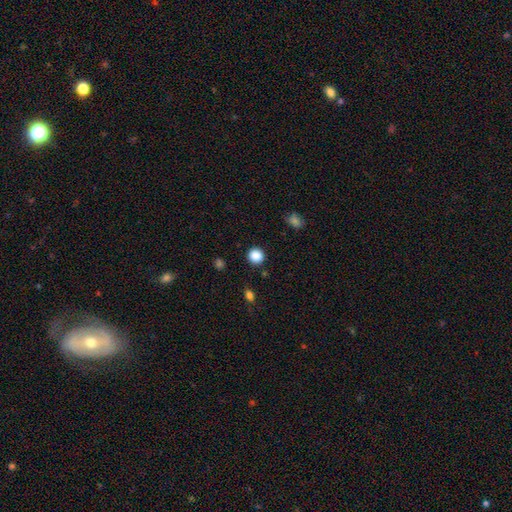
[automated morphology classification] Smooth or featured: smooth — 87% (star or artifact — 11%)
How rounded: round — 92% (in between — 7%)
Merging: none — 90% (minor disturbance — 6%)